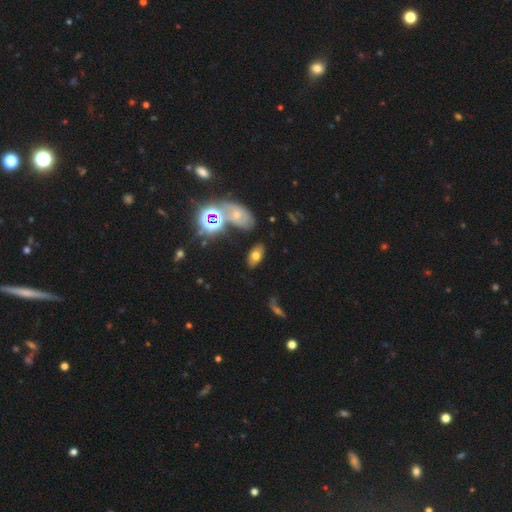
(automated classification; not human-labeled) This is likely a smooth galaxy (62%). How rounded: clearly in between (91%). Merging: clearly none (81%).